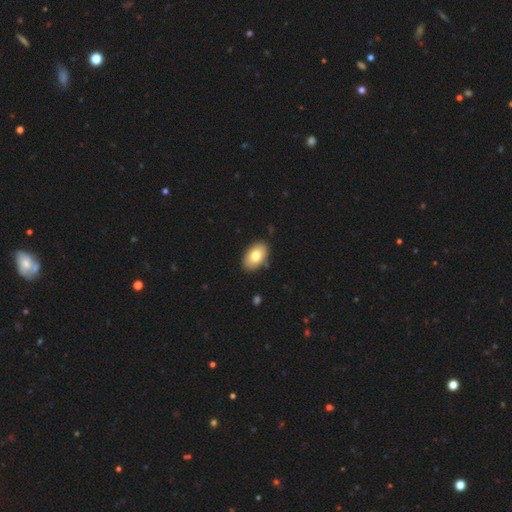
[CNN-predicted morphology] smooth-or-featured: smooth: 76% | featured or disk: 17% | star or artifact: 7%
  how-rounded: in between: 91% | round: 8% | cigar-shaped: 1%
  merging: none: 86% | minor disturbance: 10% | major disturbance: 2% | merger: 2%